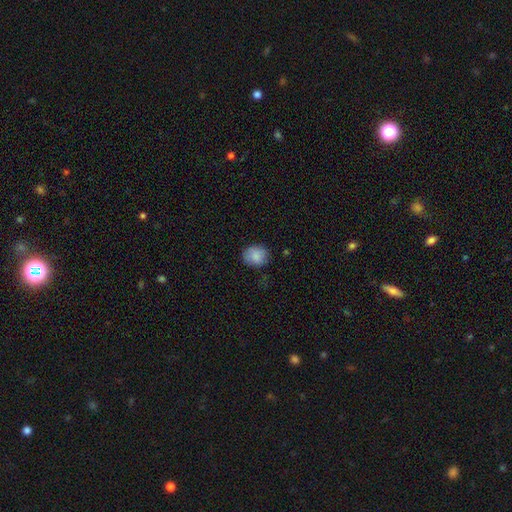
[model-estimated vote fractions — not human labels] Smooth or featured?
  - smooth: 87% *
  - star or artifact: 8%
  - featured or disk: 5%
How rounded?
  - round: 64% *
  - in between: 35%
  - cigar-shaped: 1%
Merging?
  - none: 79% *
  - minor disturbance: 16%
  - major disturbance: 4%
  - merger: 1%